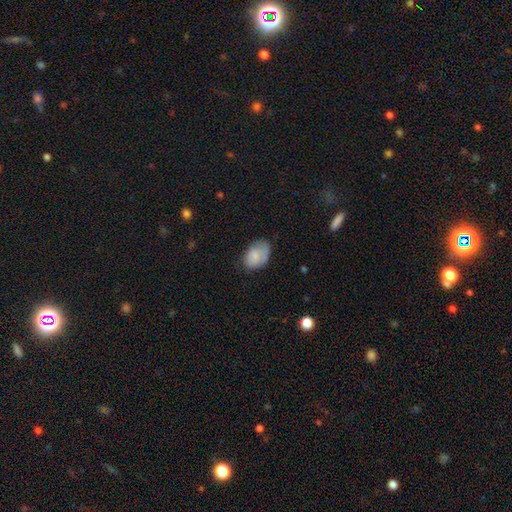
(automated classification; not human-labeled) A smooth galaxy with no disk features (76%) that is in between round and cigar-shaped (83%).

Vote fractions:
- Smooth or featured? smooth: 76% / featured or disk: 16% / star or artifact: 7%
- How rounded? in between: 83% / round: 16% / cigar-shaped: 1%
- Merging? none: 53% / minor disturbance: 31% / major disturbance: 13% / merger: 2%